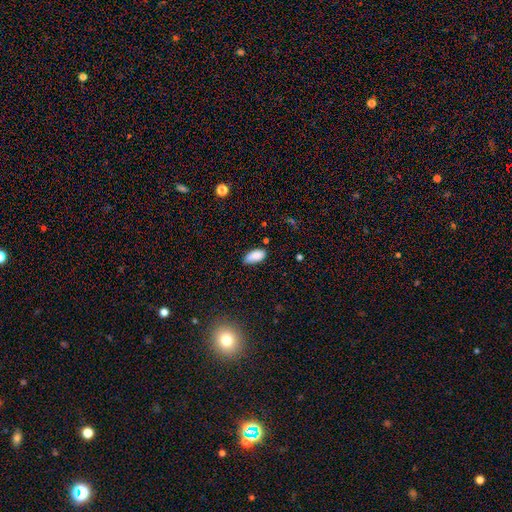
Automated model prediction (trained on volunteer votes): Overall: smooth (87%). How rounded: in between (92%). Merging: none (68%).